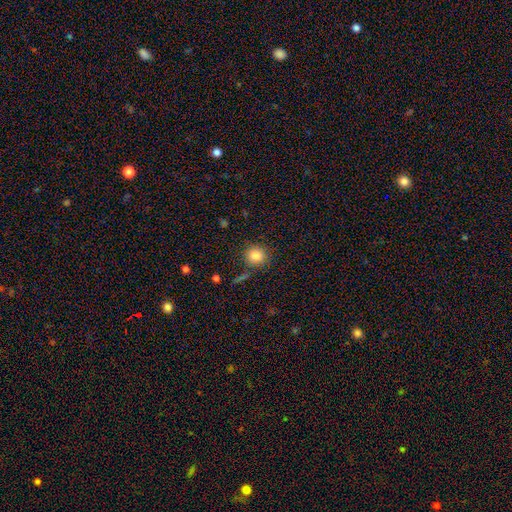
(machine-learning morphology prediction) type=smooth (84%); roundness=round (88%); merging=none (82%).